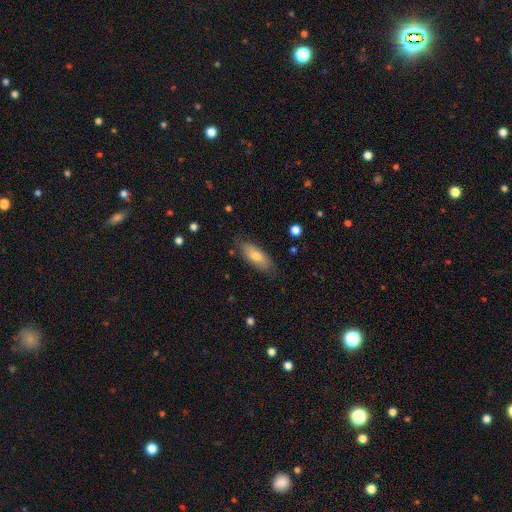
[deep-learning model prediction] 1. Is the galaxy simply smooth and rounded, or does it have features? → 71% smooth, 22% featured or disk, 6% star or artifact.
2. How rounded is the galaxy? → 75% in between, 23% cigar-shaped, 2% round.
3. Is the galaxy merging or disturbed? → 80% none, 15% minor disturbance, 3% major disturbance, 1% merger.